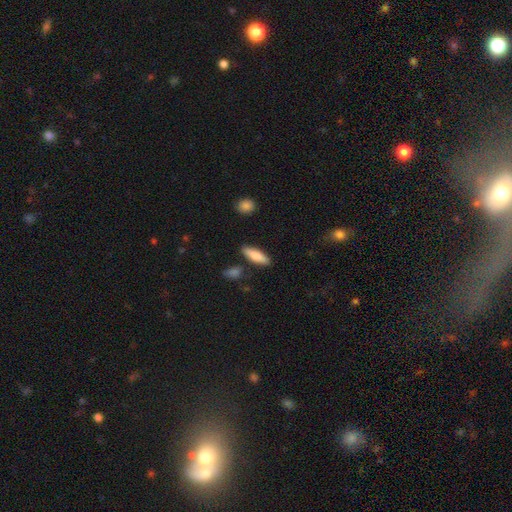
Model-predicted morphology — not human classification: smooth 76%, featured or disk 18%, star or artifact 6%. Down the decision tree: how rounded — cigar-shaped (51%); merging — none (83%).